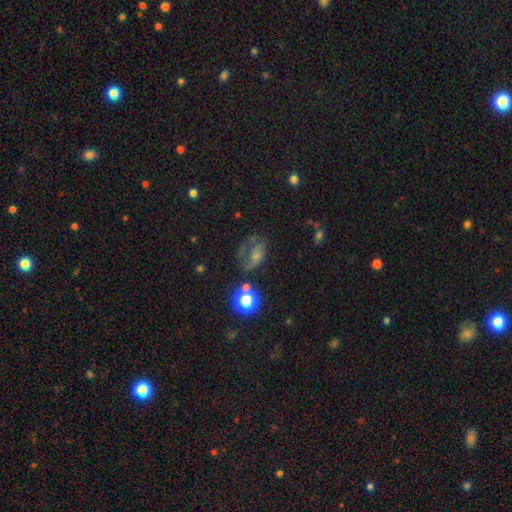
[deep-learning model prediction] This appears to be a smooth galaxy with no disk features (42%). Merging: major disturbance (40%).